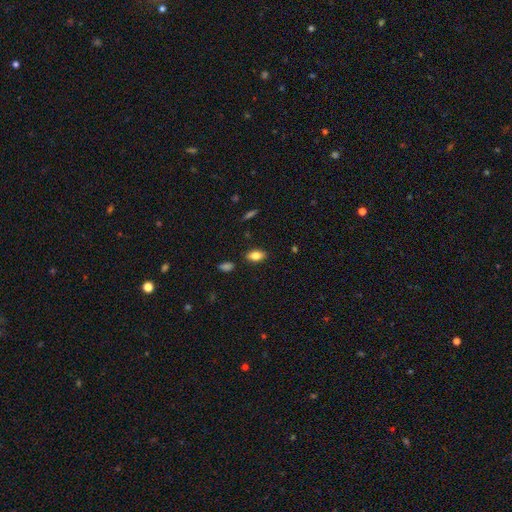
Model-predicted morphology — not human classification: smooth_or_featured: smooth (p=0.78) [alt: featured or disk p=0.14]
how_rounded: in between (p=0.89) [alt: round p=0.06]
merging: none (p=0.86) [alt: minor disturbance p=0.10]